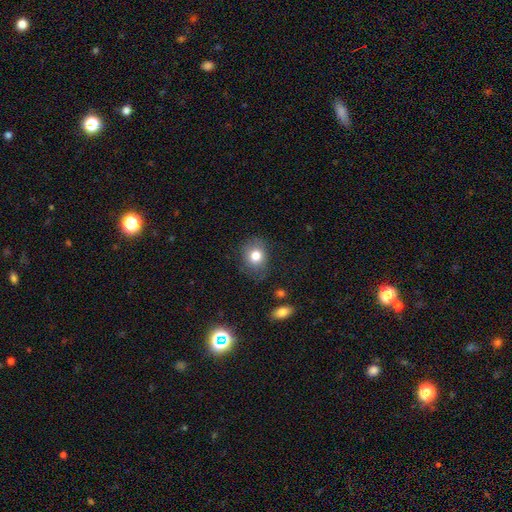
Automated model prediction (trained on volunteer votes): Smooth or featured?
  - smooth: 79% *
  - featured or disk: 11%
  - star or artifact: 10%
How rounded?
  - round: 58% *
  - in between: 41%
  - cigar-shaped: 1%
Merging?
  - none: 76% *
  - minor disturbance: 17%
  - major disturbance: 5%
  - merger: 2%